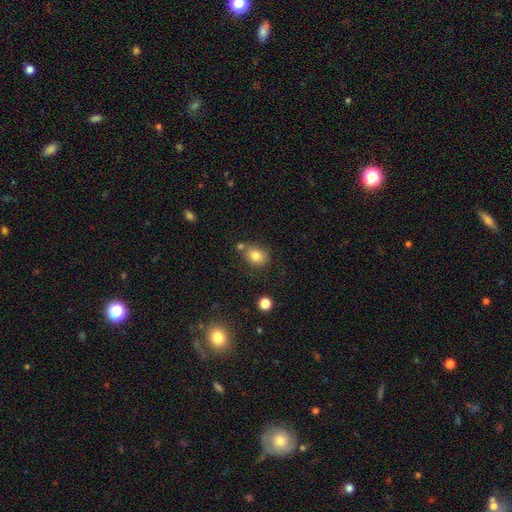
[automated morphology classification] Smooth or featured? Predicted: smooth (p=0.82). How rounded? Predicted: in between (p=0.54). Merging? Predicted: none (p=0.68).